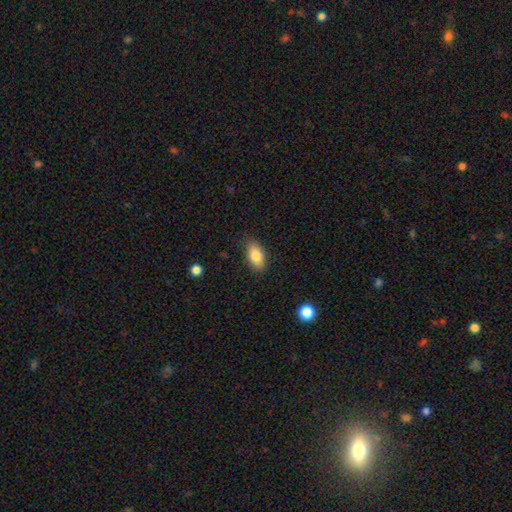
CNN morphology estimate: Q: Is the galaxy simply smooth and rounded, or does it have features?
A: smooth — 83%.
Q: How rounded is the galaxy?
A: in between — 90%.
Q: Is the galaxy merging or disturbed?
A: none — 83%.